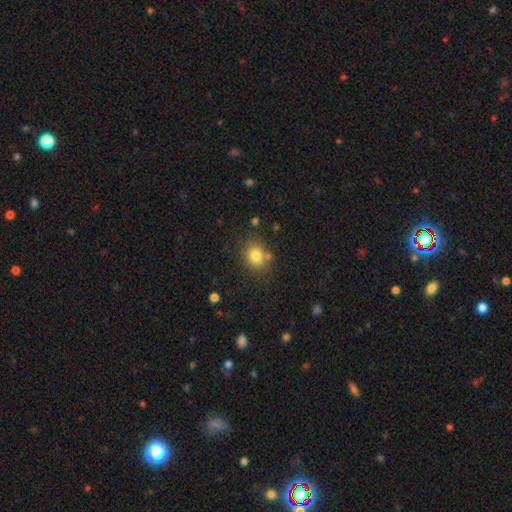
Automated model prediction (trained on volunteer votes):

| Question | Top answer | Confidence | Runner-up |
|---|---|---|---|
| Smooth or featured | smooth | 81% | star or artifact (11%) |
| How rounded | round | 56% | in between (43%) |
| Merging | none | 77% | minor disturbance (13%) |